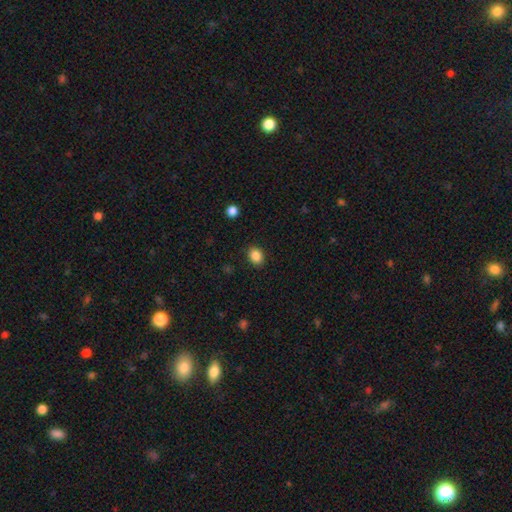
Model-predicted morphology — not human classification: smooth 86%, star or artifact 10%, featured or disk 4%. Down the decision tree: how rounded — in between (53%); merging — none (89%).